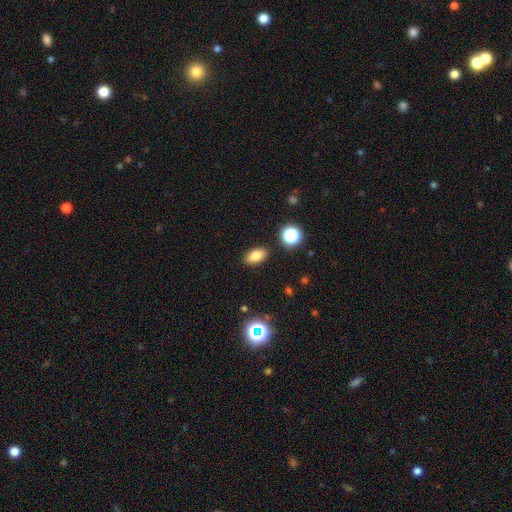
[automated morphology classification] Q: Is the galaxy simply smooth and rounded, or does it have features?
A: smooth — 80%.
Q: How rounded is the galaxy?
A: in between — 88%.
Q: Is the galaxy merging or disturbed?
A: none — 88%.